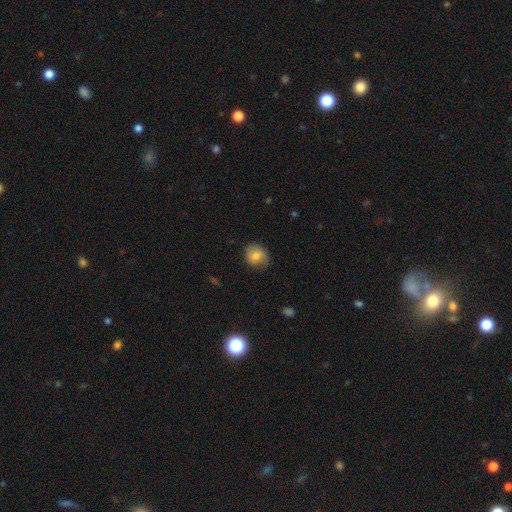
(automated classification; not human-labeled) Overall: smooth (77%). How rounded: round (70%). Merging: none (77%).